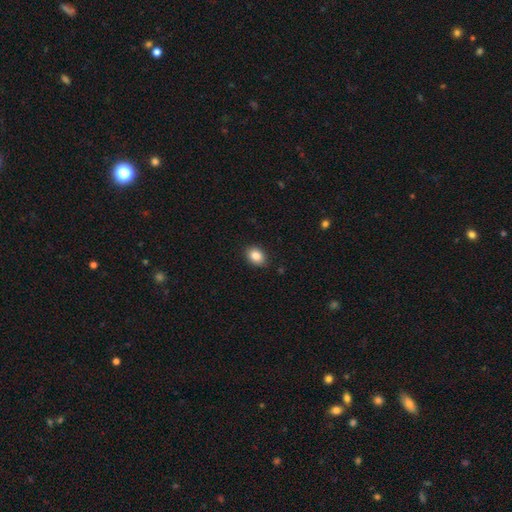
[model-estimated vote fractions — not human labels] Smooth or featured?
  - smooth: 87% *
  - star or artifact: 8%
  - featured or disk: 5%
How rounded?
  - in between: 68% *
  - round: 31%
  - cigar-shaped: 1%
Merging?
  - none: 88% *
  - minor disturbance: 9%
  - major disturbance: 2%
  - merger: 1%